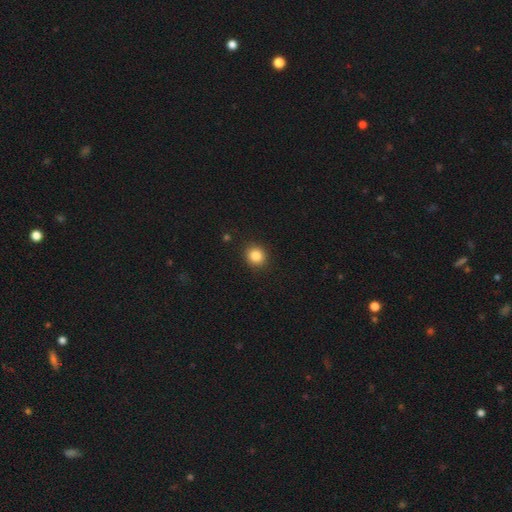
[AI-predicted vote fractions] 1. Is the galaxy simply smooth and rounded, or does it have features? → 85% smooth, 10% star or artifact, 5% featured or disk.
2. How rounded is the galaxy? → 86% round, 14% in between, 1% cigar-shaped.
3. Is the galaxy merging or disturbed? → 91% none, 6% minor disturbance, 2% major disturbance, 1% merger.